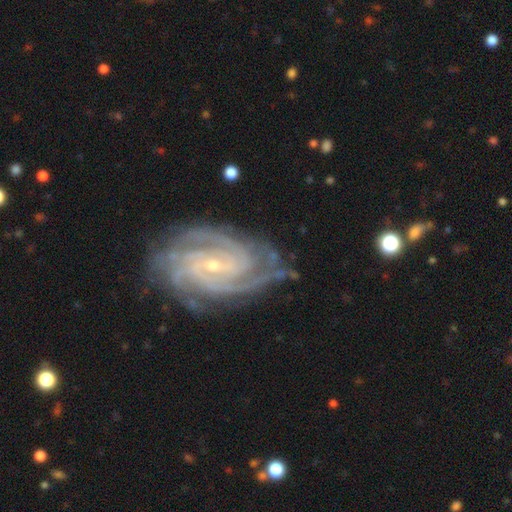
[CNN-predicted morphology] Q: Smooth or featured?
A: featured or disk (92%); runner-up: star or artifact (5%)
Q: Edge-on disk?
A: no (97%); runner-up: yes (3%)
Q: Bar?
A: no (44%); runner-up: weak (37%)
Q: Spiral arms?
A: yes (99%); runner-up: no (1%)
Q: Spiral winding?
A: tight (74%); runner-up: medium (23%)
Q: Spiral arm count?
A: 4 (33%); runner-up: 3 (23%)
Q: Bulge size?
A: small (78%); runner-up: moderate (19%)
Q: Merging?
A: none (79%); runner-up: minor disturbance (15%)